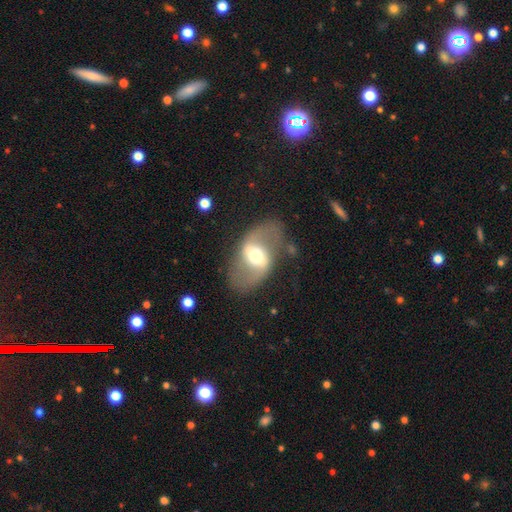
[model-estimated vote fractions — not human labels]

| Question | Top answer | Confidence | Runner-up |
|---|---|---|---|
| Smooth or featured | featured or disk | 73% | smooth (21%) |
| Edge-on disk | no | 93% | yes (7%) |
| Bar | strong | 45% | weak (38%) |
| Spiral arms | yes | 71% | no (29%) |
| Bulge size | moderate | 64% | large (22%) |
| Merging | none | 73% | minor disturbance (15%) |